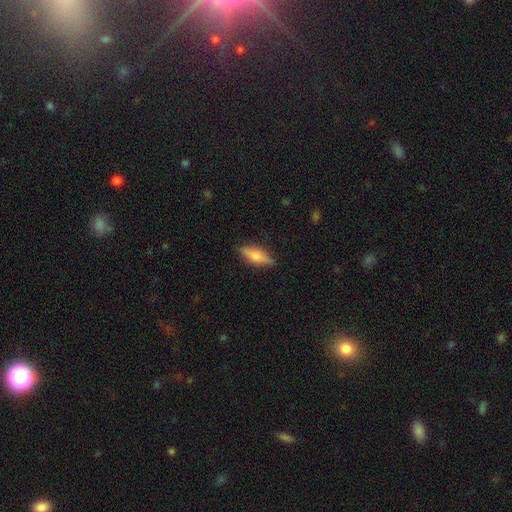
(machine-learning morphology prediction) smooth-or-featured: smooth: 64% | featured or disk: 30% | star or artifact: 7%
  how-rounded: in between: 54% | cigar-shaped: 43% | round: 3%
  merging: none: 83% | minor disturbance: 13% | major disturbance: 3% | merger: 1%